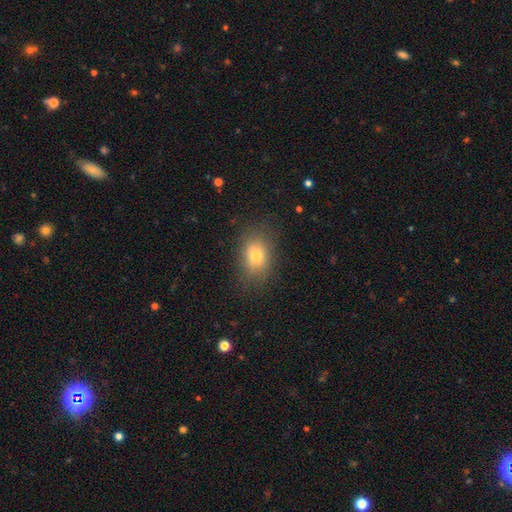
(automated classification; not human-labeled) Smooth or featured: smooth — 77% (featured or disk — 12%)
How rounded: in between — 74% (round — 24%)
Merging: none — 78% (minor disturbance — 15%)